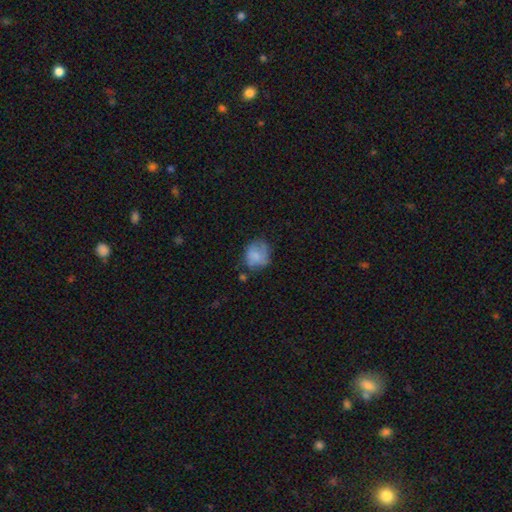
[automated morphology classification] This appears to be a smooth galaxy with no disk features (70%) that is round (62%). Merging: none (52%).